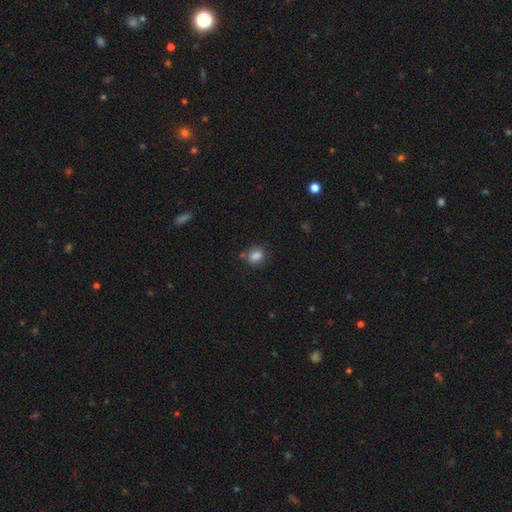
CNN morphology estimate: smooth_or_featured: smooth (p=0.84) [alt: star or artifact p=0.10]
how_rounded: round (p=0.50) [alt: in between p=0.49]
merging: none (p=0.69) [alt: minor disturbance p=0.18]